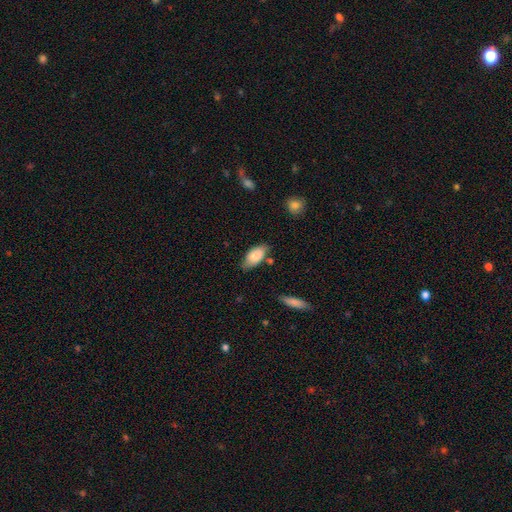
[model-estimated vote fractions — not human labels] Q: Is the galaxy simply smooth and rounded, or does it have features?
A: smooth — 84%.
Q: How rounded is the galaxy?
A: in between — 91%.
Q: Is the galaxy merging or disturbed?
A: none — 70%.